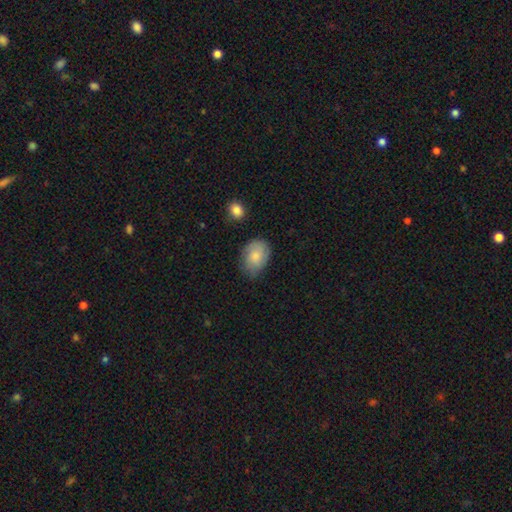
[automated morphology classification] smooth-or-featured: smooth: 77% | featured or disk: 16% | star or artifact: 7%
  how-rounded: in between: 75% | round: 24% | cigar-shaped: 1%
  merging: none: 67% | minor disturbance: 25% | major disturbance: 5% | merger: 2%